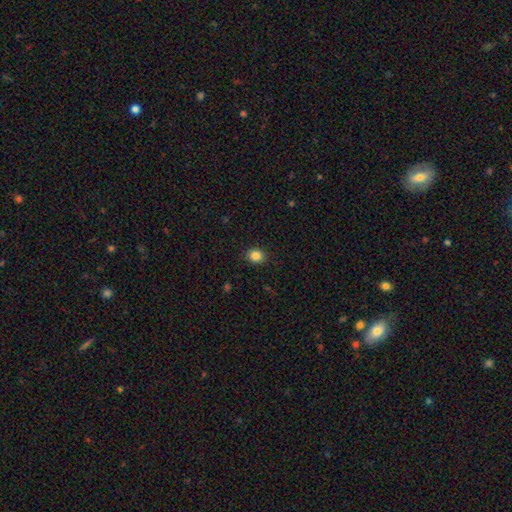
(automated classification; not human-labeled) A smooth galaxy with no disk features (85%) that is round (61%).

Vote fractions:
- Smooth or featured? smooth: 85% / star or artifact: 10% / featured or disk: 5%
- How rounded? round: 61% / in between: 38% / cigar-shaped: 1%
- Merging? none: 90% / minor disturbance: 7% / major disturbance: 2% / merger: 1%